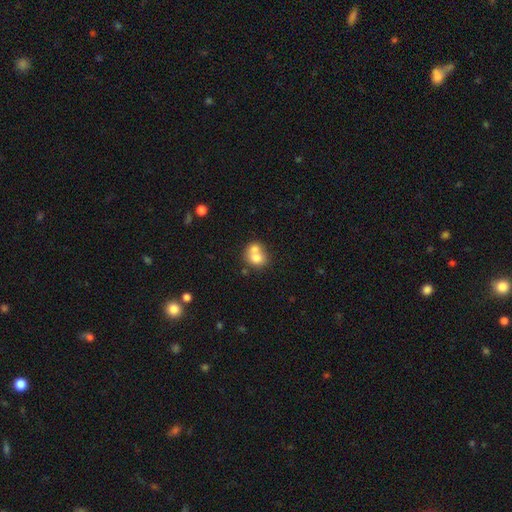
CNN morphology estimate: smooth 70%, featured or disk 20%, star or artifact 9%. Down the decision tree: how rounded — round (65%); merging — merger (65%).